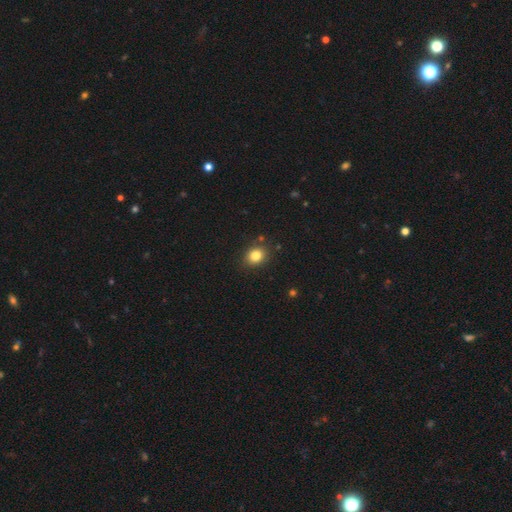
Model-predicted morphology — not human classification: This appears to be a smooth galaxy with no disk features (82%) that is round (59%). Merging: none (85%).